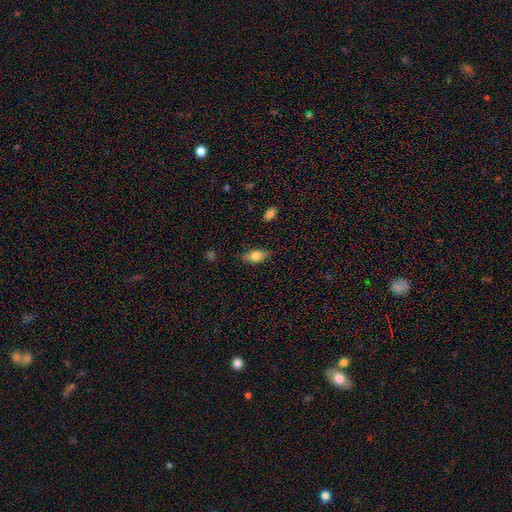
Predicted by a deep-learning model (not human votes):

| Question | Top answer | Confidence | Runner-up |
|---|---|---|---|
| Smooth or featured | smooth | 77% | featured or disk (16%) |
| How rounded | in between | 86% | cigar-shaped (10%) |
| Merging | none | 84% | minor disturbance (12%) |